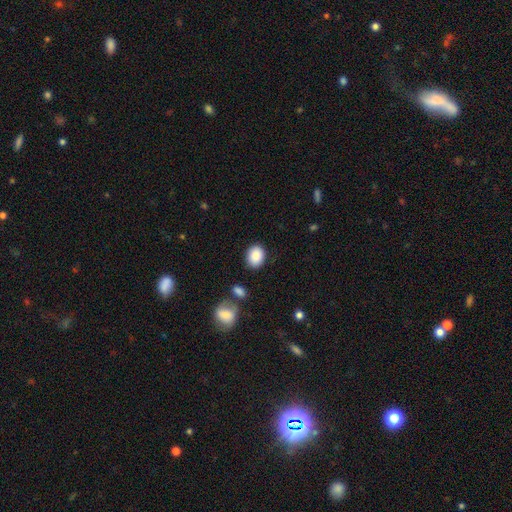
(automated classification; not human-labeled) This is clearly a smooth galaxy (87%). How rounded: possibly in between (54%). Merging: clearly none (85%).